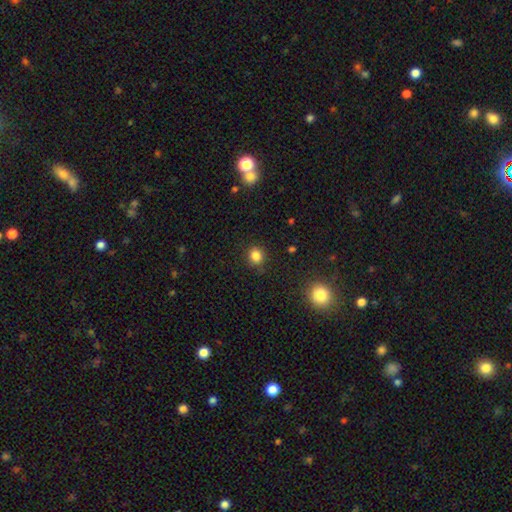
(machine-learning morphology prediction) A smooth galaxy with no disk features (84%) that is round (75%). Merging: none (87%).